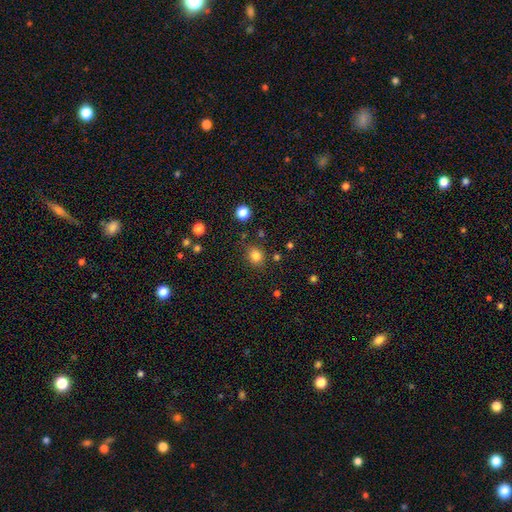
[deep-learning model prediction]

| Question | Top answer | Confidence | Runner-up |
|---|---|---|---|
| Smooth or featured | smooth | 82% | star or artifact (13%) |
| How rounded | round | 67% | in between (32%) |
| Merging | none | 81% | minor disturbance (12%) |